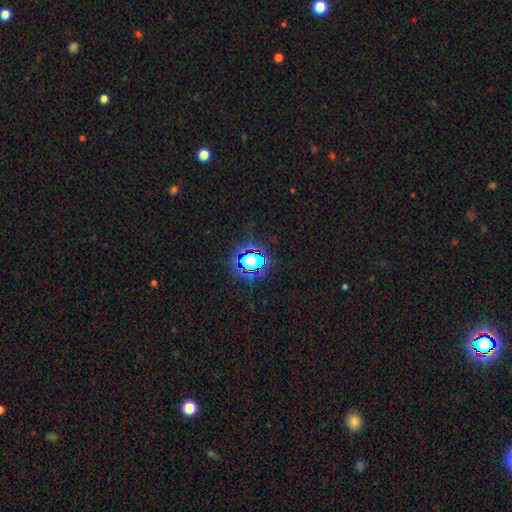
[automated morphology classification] The model was most divided on "smooth or featured": star or artifact: 68%, smooth: 22%, featured or disk: 10%.